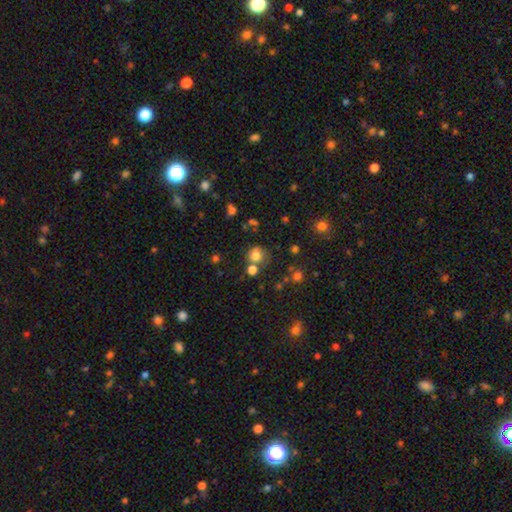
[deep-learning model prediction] smooth 73%, star or artifact 16%, featured or disk 11%. Down the decision tree: how rounded — round (76%); merging — none (55%).